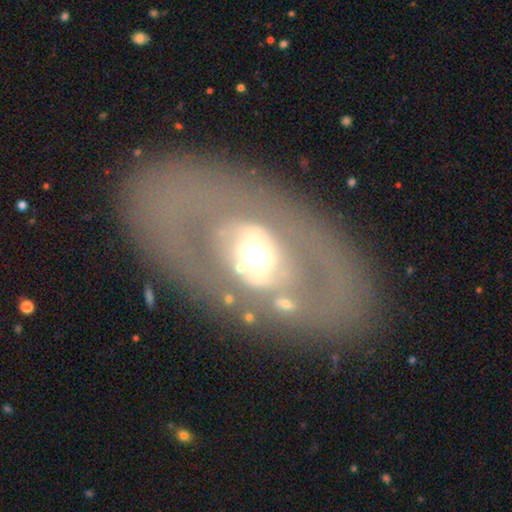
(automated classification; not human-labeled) This is likely a featured or disk galaxy (68%). It is clearly not viewed edge-on (89%). Bar: possibly no (55%). Spiral arm pattern: likely no (80%). Central bulge: likely moderate (64%). Merging: likely none (80%).